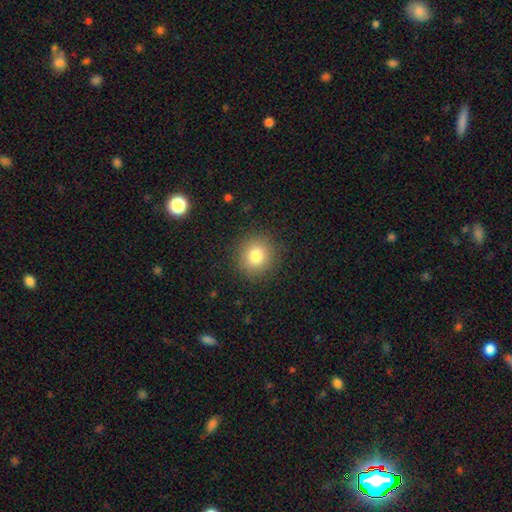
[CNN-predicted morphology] smooth_or_featured: smooth (p=0.81) [alt: star or artifact p=0.11]
how_rounded: round (p=0.90) [alt: in between p=0.09]
merging: none (p=0.90) [alt: minor disturbance p=0.06]